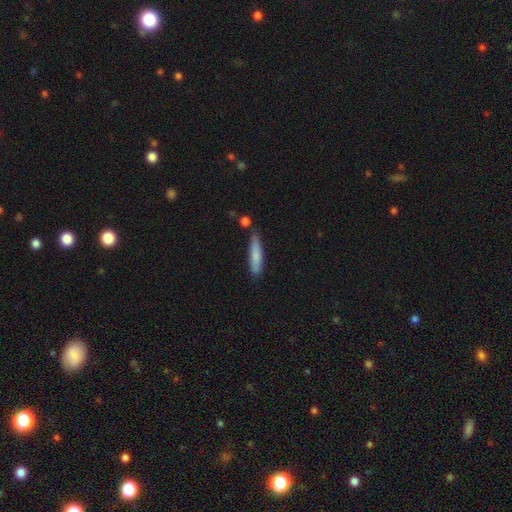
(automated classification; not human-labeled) Overall: smooth (77%). How rounded: cigar-shaped (81%). Merging: none (68%).